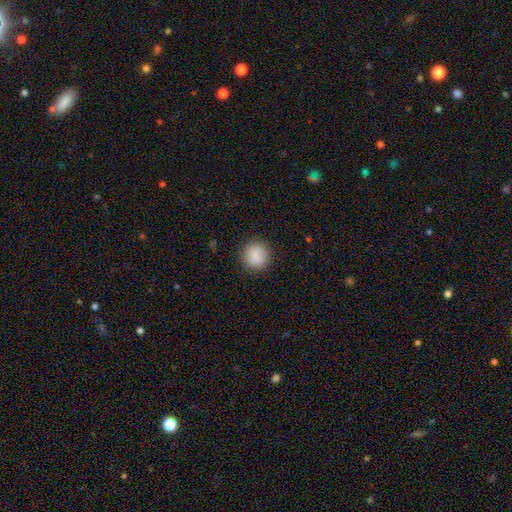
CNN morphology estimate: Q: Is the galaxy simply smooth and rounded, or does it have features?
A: smooth — 87%.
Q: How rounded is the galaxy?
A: round — 93%.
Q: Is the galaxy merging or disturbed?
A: none — 90%.